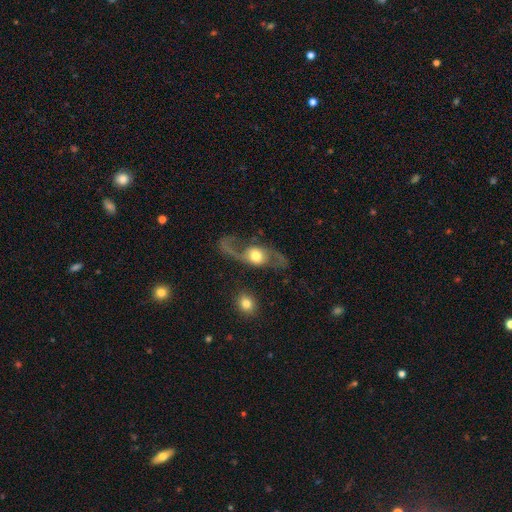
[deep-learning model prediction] Smooth or featured? Predicted: featured or disk (p=0.78). Edge-on disk? Predicted: no (p=0.88). Bar? Predicted: no (p=0.70). Spiral arms? Predicted: yes (p=0.86). Spiral winding? Predicted: loose (p=0.71). Spiral arm count? Predicted: 2 (p=0.89). Bulge size? Predicted: moderate (p=0.54). Merging? Predicted: none (p=0.62).